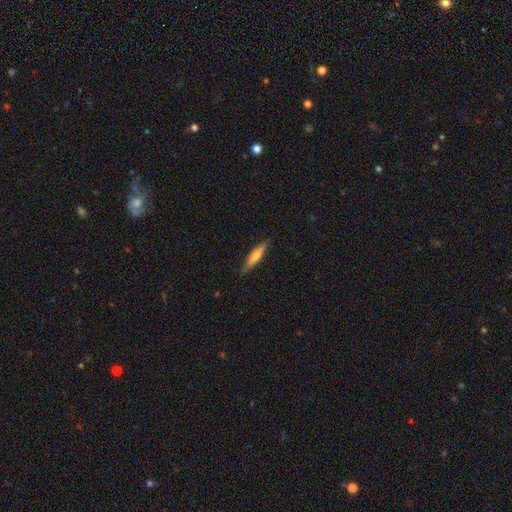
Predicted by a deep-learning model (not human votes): Smooth or featured? smooth (62%)
How rounded? cigar-shaped (86%)
Merging? none (86%)